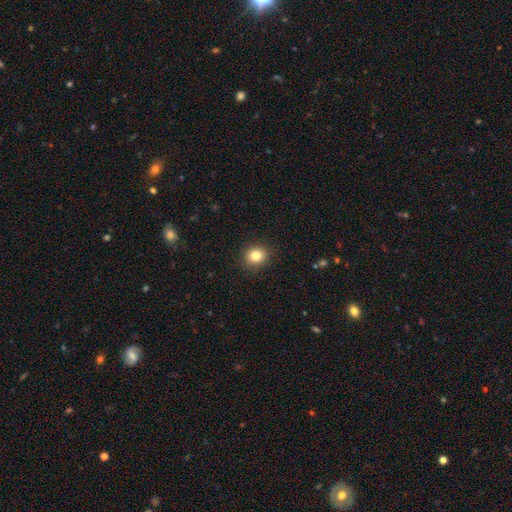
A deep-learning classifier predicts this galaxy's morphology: A smooth galaxy with no disk features (82%) that is round (83%). Merging: none (91%).